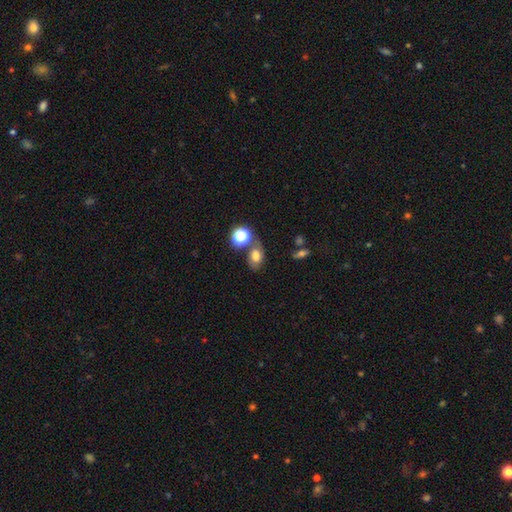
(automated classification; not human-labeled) Smooth or featured? Predicted: smooth (p=0.64). How rounded? Predicted: in between (p=0.69). Merging? Predicted: none (p=0.56).